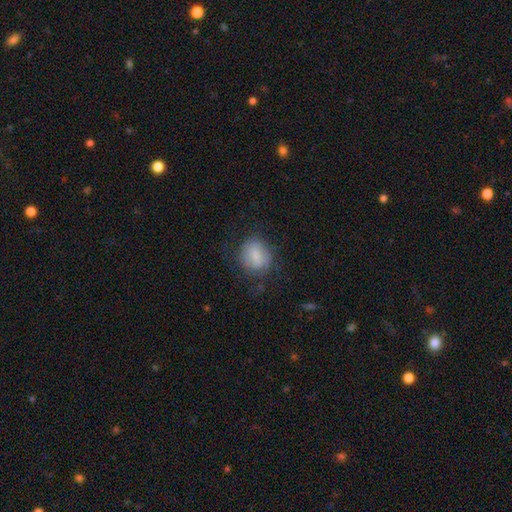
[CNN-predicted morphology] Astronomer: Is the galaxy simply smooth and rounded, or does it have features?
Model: smooth — 72%.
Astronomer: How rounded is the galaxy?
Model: round — 67%.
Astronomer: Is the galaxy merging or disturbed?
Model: none — 66%.